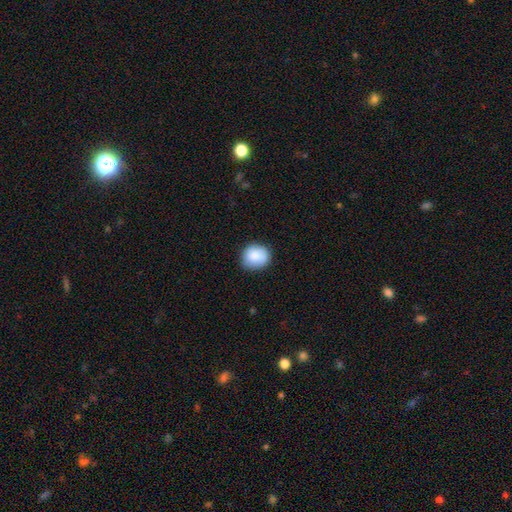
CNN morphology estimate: A smooth galaxy with no disk features (87%) that is round (77%). Merging: none (83%).